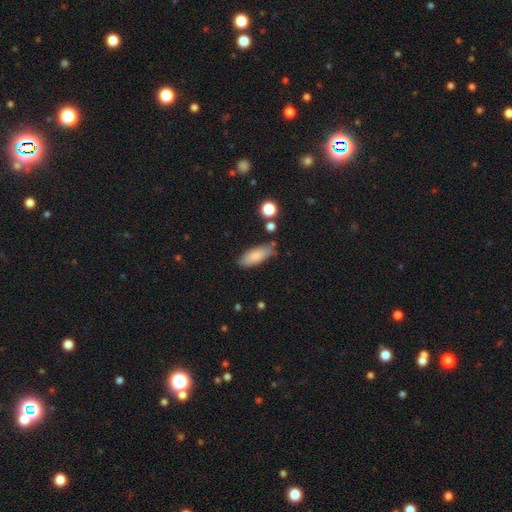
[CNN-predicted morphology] smooth 84%, featured or disk 10%, star or artifact 7%. Down the decision tree: how rounded — in between (76%); merging — none (74%).